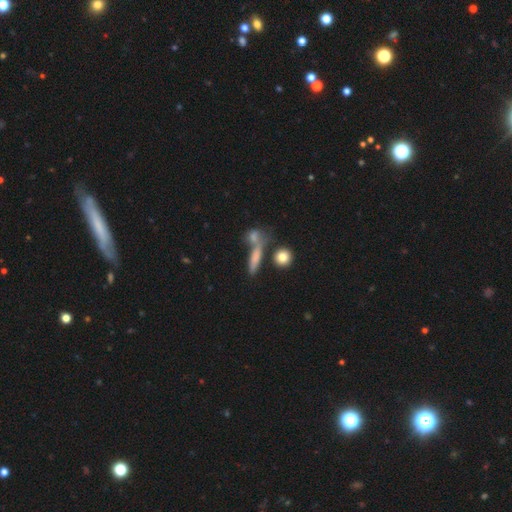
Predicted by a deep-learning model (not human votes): Smooth or featured? Predicted: smooth (p=0.62). How rounded? Predicted: cigar-shaped (p=0.56). Merging? Predicted: none (p=0.51).